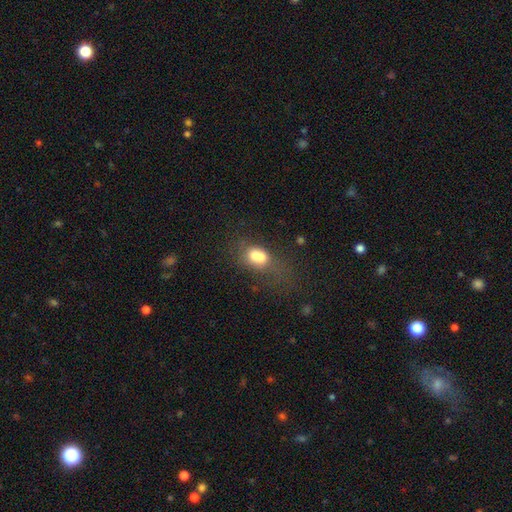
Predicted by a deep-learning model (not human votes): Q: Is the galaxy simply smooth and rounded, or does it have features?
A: smooth — 73%.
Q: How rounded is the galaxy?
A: in between — 80%.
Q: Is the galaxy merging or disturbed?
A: none — 32%.